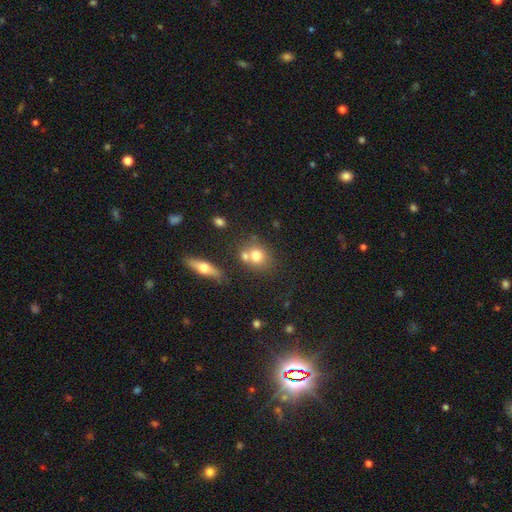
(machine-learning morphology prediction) Smooth or featured? Predicted: smooth (p=0.72). How rounded? Predicted: round (p=0.73). Merging? Predicted: none (p=0.50).